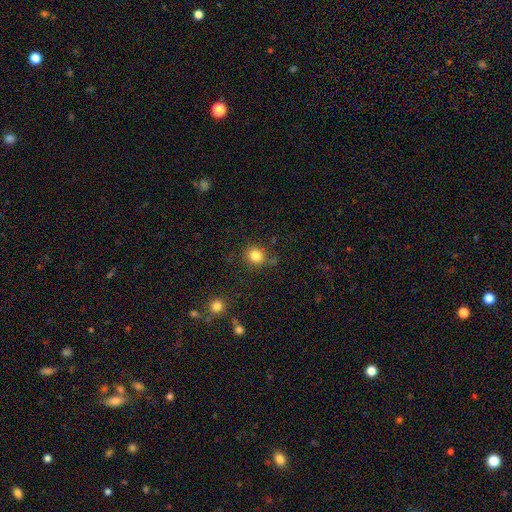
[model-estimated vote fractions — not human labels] Smooth or featured? Predicted: smooth (p=0.83). How rounded? Predicted: round (p=0.87). Merging? Predicted: none (p=0.81).